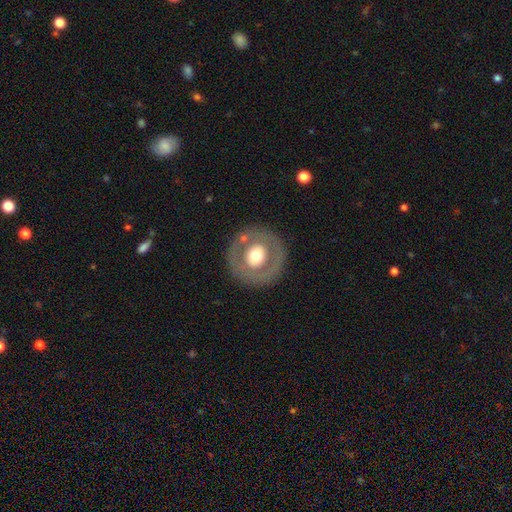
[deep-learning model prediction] smooth-or-featured: smooth: 48% | featured or disk: 46% | star or artifact: 6%
  merging: none: 84% | minor disturbance: 9% | major disturbance: 5% | merger: 2%